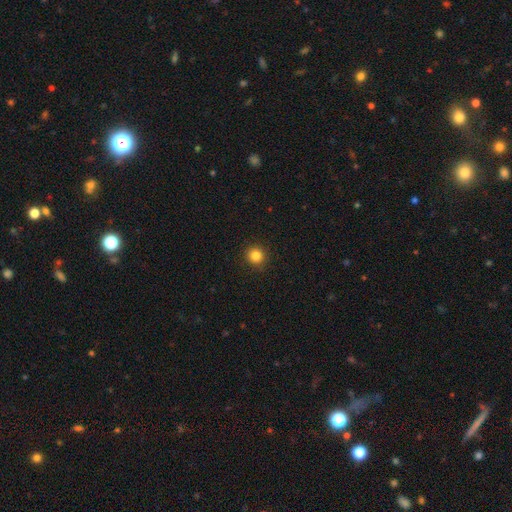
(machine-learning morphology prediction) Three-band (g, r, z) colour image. It shows a smooth galaxy with no disk features (84%) that is round (94%). Merging: none (92%).